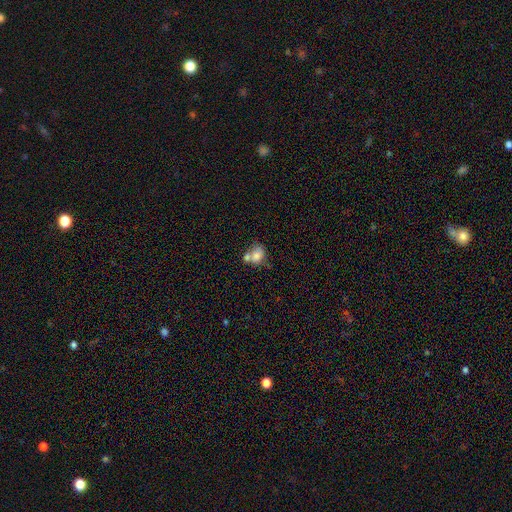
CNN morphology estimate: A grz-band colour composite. It shows a smooth galaxy with no disk features (72%) that is in between round and cigar-shaped (52%). Merging: merger (49%).